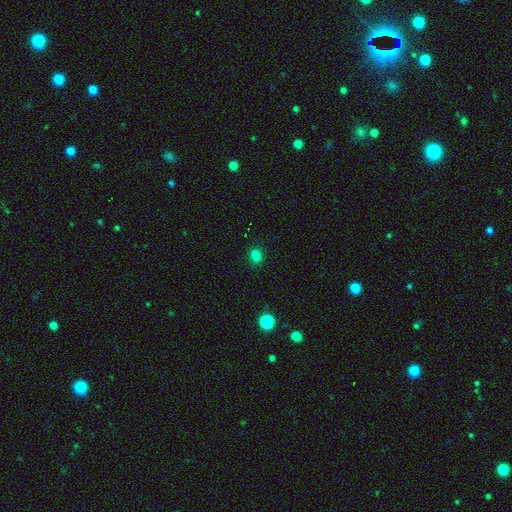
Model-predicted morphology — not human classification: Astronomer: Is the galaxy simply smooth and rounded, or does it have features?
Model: smooth — 80%.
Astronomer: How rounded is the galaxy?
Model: round — 76%.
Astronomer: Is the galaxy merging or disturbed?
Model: none — 90%.